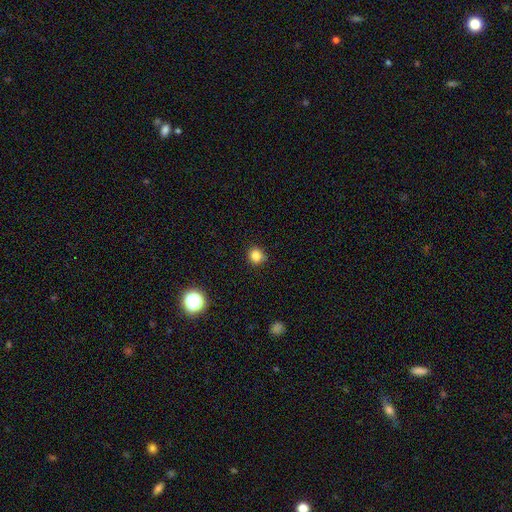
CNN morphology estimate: type=smooth (83%); roundness=round (87%); merging=none (84%).